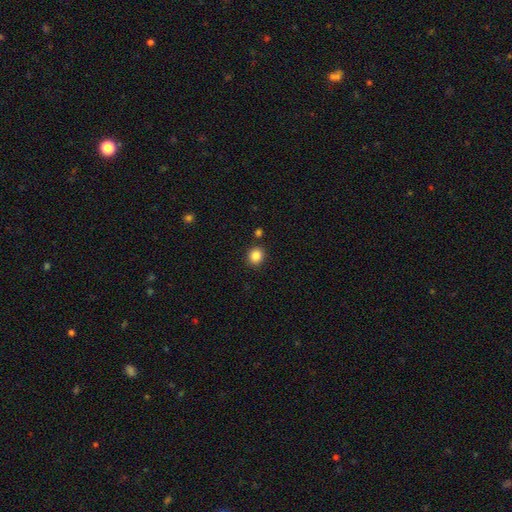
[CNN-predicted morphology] This is clearly a smooth galaxy (86%). How rounded: likely round (79%). Merging: clearly none (87%).